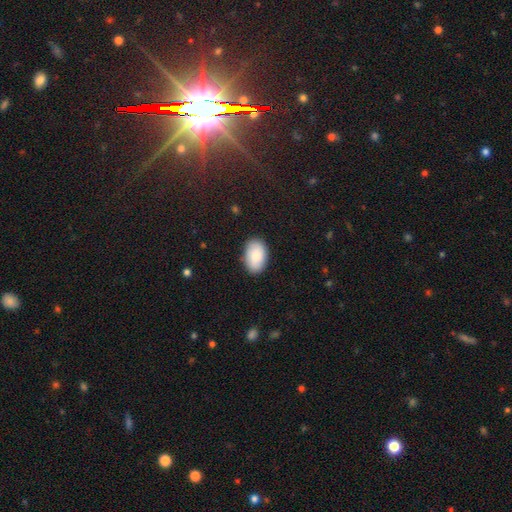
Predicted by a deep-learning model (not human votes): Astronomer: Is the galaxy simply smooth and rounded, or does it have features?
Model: smooth — 83%.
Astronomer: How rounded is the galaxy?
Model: in between — 91%.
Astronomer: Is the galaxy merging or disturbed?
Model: none — 86%.